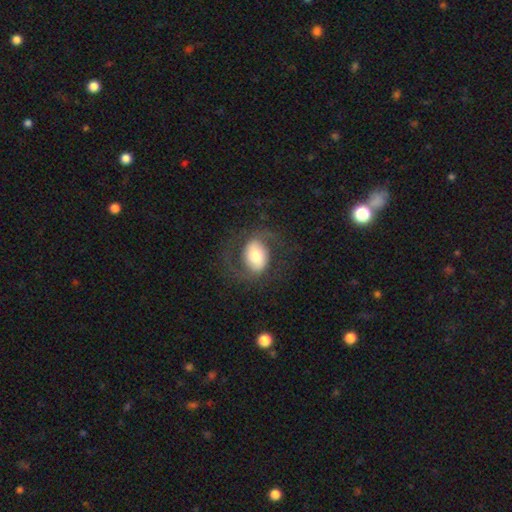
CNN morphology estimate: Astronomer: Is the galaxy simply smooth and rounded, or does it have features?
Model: featured or disk — 61%.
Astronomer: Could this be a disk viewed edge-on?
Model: no — 96%.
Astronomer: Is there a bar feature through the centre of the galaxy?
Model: no — 42% (runner-up: weak, 33%).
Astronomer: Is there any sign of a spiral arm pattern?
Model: yes — 81%.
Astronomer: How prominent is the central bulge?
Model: moderate — 55%.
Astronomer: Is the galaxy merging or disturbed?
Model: none — 68%.